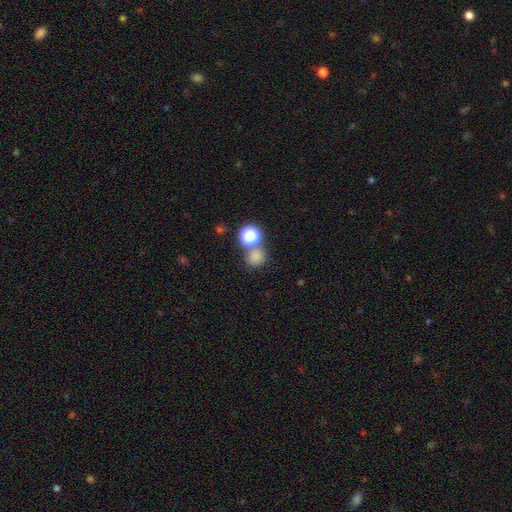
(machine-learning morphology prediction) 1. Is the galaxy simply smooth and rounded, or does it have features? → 74% smooth, 20% star or artifact, 6% featured or disk.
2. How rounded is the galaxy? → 83% round, 16% in between, 1% cigar-shaped.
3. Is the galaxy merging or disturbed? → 63% none, 25% merger, 9% minor disturbance, 4% major disturbance.